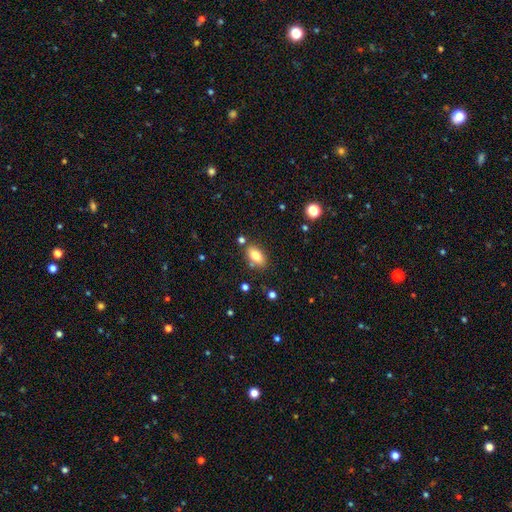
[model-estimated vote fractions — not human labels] The model was most divided on "merging": none: 77%, minor disturbance: 13%, merger: 7%, major disturbance: 3%. More confident: how rounded — in between (89%); smooth or featured — smooth (79%).